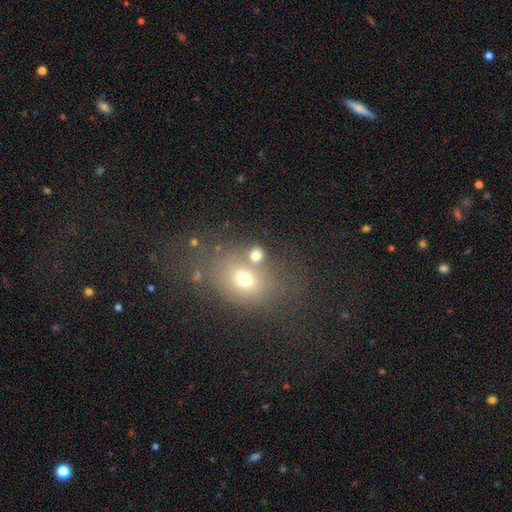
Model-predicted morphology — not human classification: Smooth or featured? Predicted: smooth (p=0.68). How rounded? Predicted: round (p=0.51). Merging? Predicted: none (p=0.57).